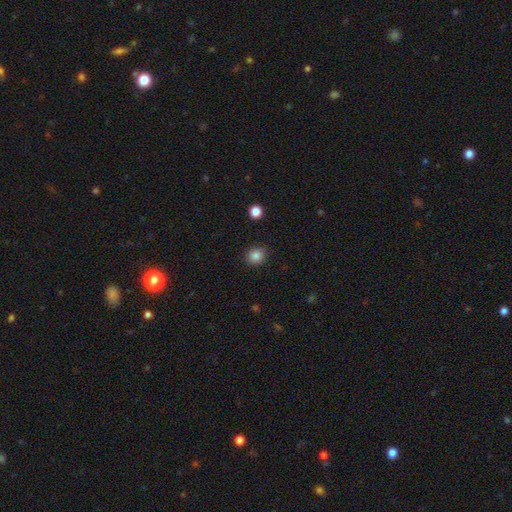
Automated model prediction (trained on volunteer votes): The model was most divided on "how rounded": round: 84%, in between: 15%, cigar-shaped: 1%. More confident: merging — none (89%); smooth or featured — smooth (85%).